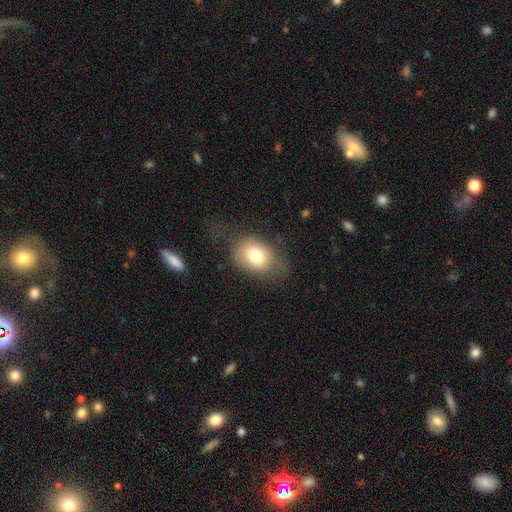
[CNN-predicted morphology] A smooth galaxy with no disk features (76%) that is in between round and cigar-shaped (67%).

Vote fractions:
- Smooth or featured? smooth: 76% / featured or disk: 15% / star or artifact: 9%
- How rounded? in between: 67% / round: 32% / cigar-shaped: 1%
- Merging? none: 57% / minor disturbance: 25% / major disturbance: 17% / merger: 2%